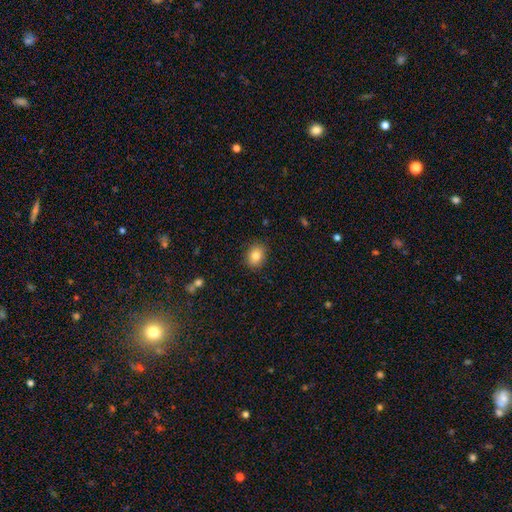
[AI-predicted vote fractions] Smooth or featured? smooth (83%)
How rounded? in between (52%)
Merging? none (88%)